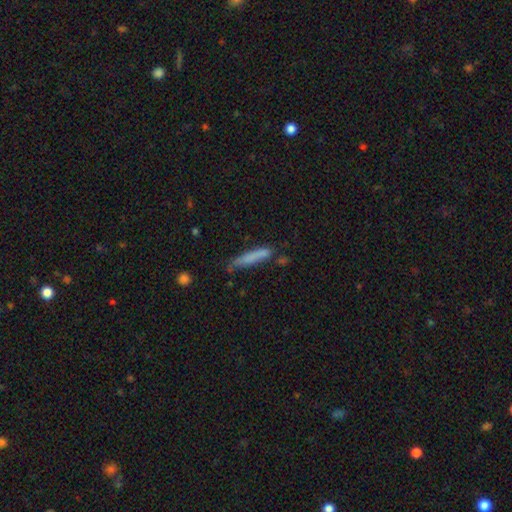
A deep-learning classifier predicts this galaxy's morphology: Smooth or featured?
  - smooth: 75% *
  - featured or disk: 18%
  - star or artifact: 7%
How rounded?
  - cigar-shaped: 90% *
  - in between: 9%
  - round: 2%
Merging?
  - none: 62% *
  - minor disturbance: 25%
  - merger: 7%
  - major disturbance: 6%